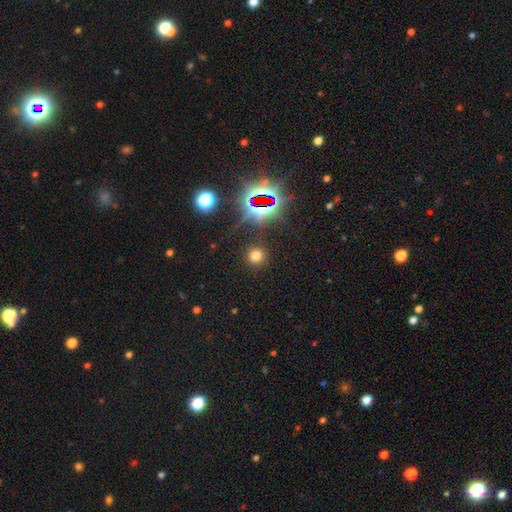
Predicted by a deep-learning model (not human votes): smooth_or_featured: smooth (p=0.67) [alt: star or artifact p=0.26]
how_rounded: round (p=0.93) [alt: in between p=0.06]
merging: none (p=0.89) [alt: minor disturbance p=0.06]